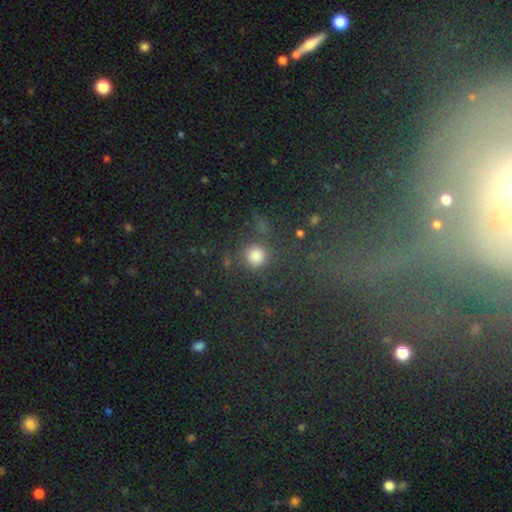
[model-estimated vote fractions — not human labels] This is likely a smooth galaxy (73%). How rounded: clearly round (88%). Merging: likely none (69%).